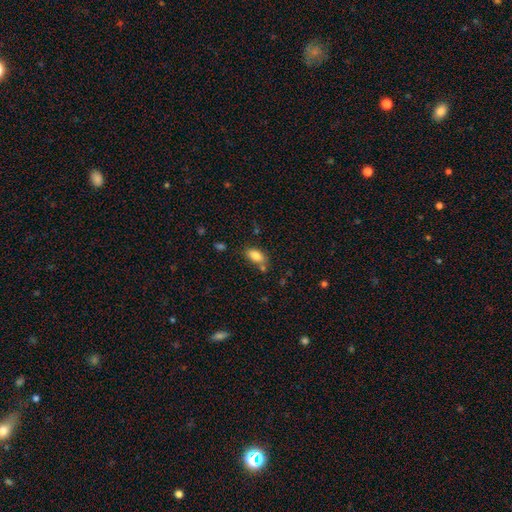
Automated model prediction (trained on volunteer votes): This is clearly a smooth galaxy (84%). How rounded: clearly in between (90%). Merging: likely none (68%).